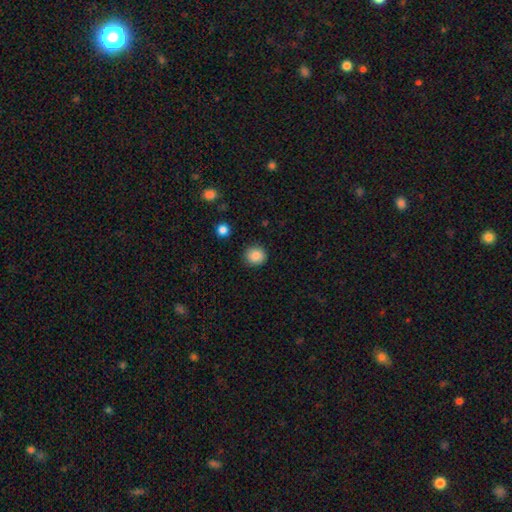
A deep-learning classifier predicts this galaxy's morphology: Smooth or featured? Predicted: smooth (p=0.87). How rounded? Predicted: round (p=0.88). Merging? Predicted: none (p=0.90).